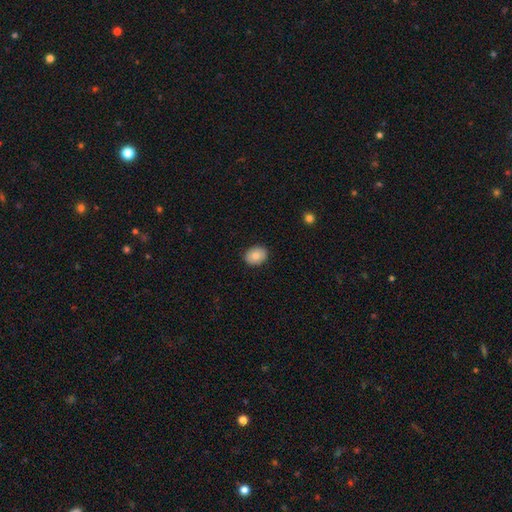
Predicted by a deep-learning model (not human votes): Smooth or featured: smooth — 79% (featured or disk — 13%)
How rounded: in between — 52% (round — 47%)
Merging: none — 89% (minor disturbance — 8%)